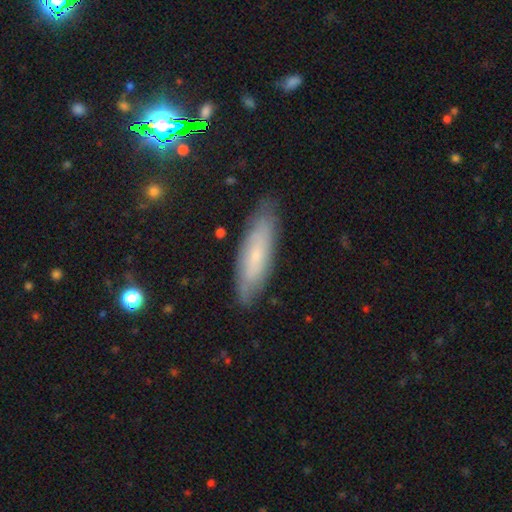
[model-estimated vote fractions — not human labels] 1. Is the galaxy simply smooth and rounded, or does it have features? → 49% smooth, 43% featured or disk, 8% star or artifact.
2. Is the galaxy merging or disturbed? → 82% none, 14% minor disturbance, 3% major disturbance, 1% merger.